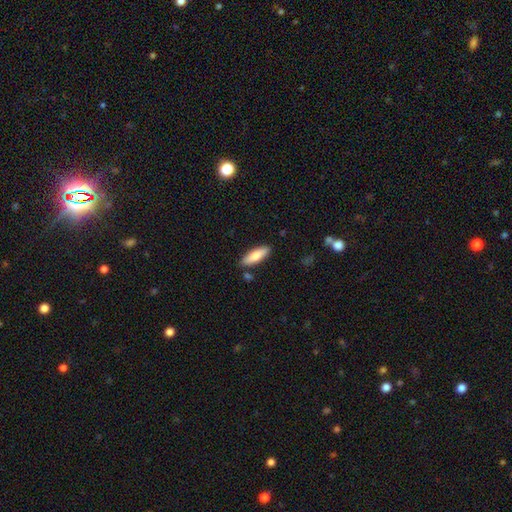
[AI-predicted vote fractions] smooth-or-featured: smooth: 74% | featured or disk: 21% | star or artifact: 6%
  how-rounded: in between: 49% (tied) | cigar-shaped: 49% (tied) | round: 2%
  merging: none: 84% | minor disturbance: 10% | merger: 3% | major disturbance: 2%